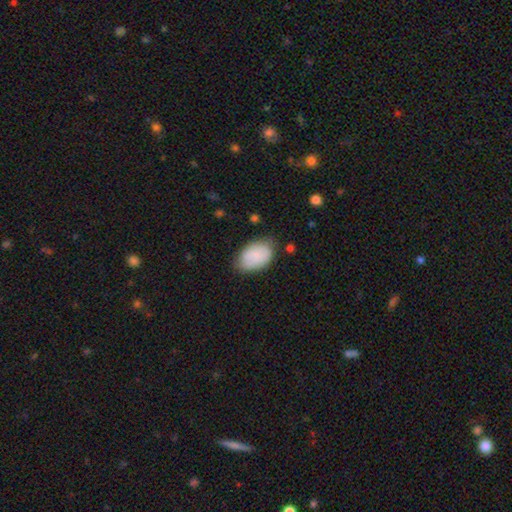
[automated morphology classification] Q: Smooth or featured?
A: smooth (77%); runner-up: featured or disk (16%)
Q: How rounded?
A: in between (89%); runner-up: round (10%)
Q: Merging?
A: none (68%); runner-up: minor disturbance (24%)